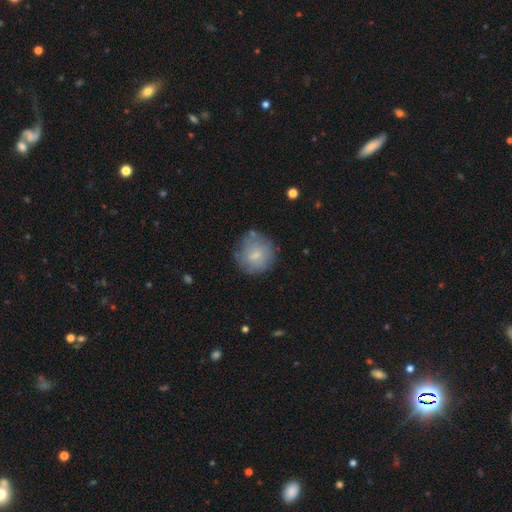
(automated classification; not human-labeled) smooth-or-featured: smooth: 70% | featured or disk: 22% | star or artifact: 8%
  how-rounded: round: 89% | in between: 10% | cigar-shaped: 1%
  merging: none: 70% | minor disturbance: 20% | major disturbance: 7% | merger: 4%